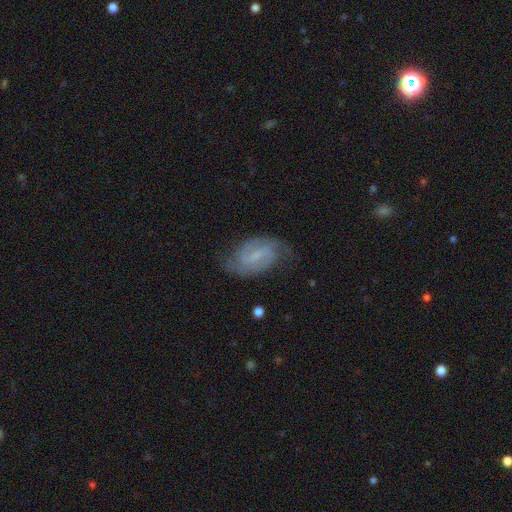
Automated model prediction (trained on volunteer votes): A featured or disk galaxy (77%) with a weak bar (58%), 2 (81%) medium (47%) spiral arms (94%) and a small central bulge (54%).

Vote fractions:
- Smooth or featured? featured or disk: 77% / smooth: 16% / star or artifact: 7%
- Edge-on disk? no: 96% / yes: 4%
- Bar? weak: 58% / strong: 22% / no: 20%
- Spiral arms? yes: 94% / no: 6%
- Spiral winding? medium: 47% / tight: 34% / loose: 19%
- Spiral arm count? 2: 81% / can't tell: 10% / 3: 4% / 1: 2% / 4: 1% / more than 4: 1%
- Bulge size? small: 54% / none: 27% / moderate: 17% / large: 1% / dominant: 1%
- Merging? none: 72% / minor disturbance: 19% / major disturbance: 7% / merger: 1%